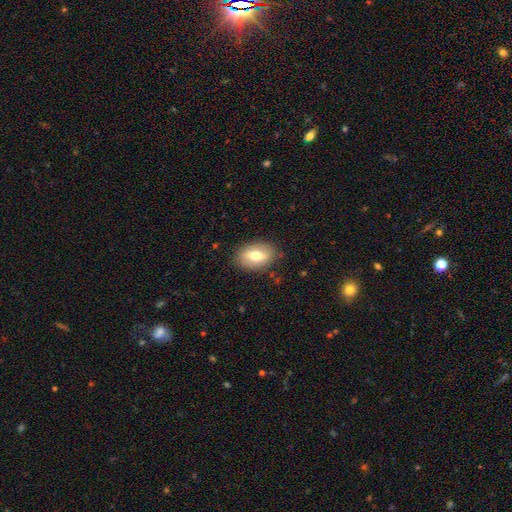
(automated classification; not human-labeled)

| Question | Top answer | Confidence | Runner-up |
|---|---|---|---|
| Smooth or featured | smooth | 67% | featured or disk (26%) |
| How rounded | in between | 85% | round (13%) |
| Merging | none | 85% | minor disturbance (11%) |